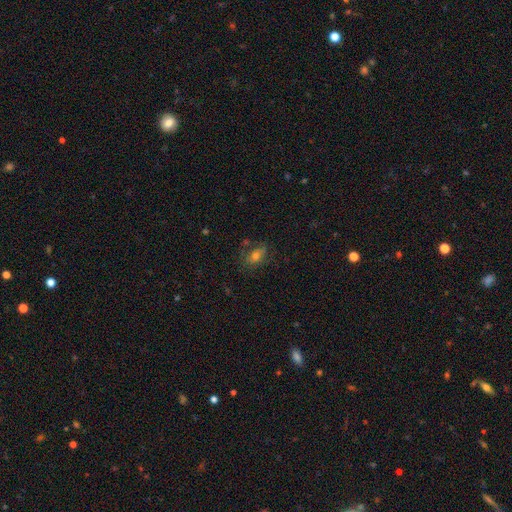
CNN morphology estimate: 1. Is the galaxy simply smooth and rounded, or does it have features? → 58% smooth, 26% featured or disk, 16% star or artifact.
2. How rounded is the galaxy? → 75% in between, 20% round, 6% cigar-shaped.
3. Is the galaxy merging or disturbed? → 69% none, 19% minor disturbance, 8% major disturbance, 4% merger.